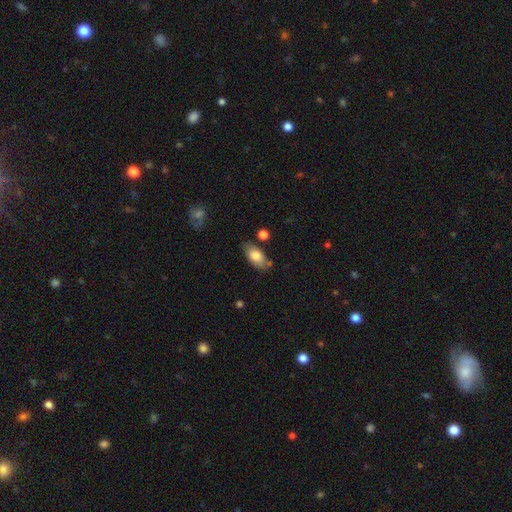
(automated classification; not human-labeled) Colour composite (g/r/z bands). It shows a smooth galaxy with no disk features (80%) that is in between round and cigar-shaped (91%). Merging: none (71%).